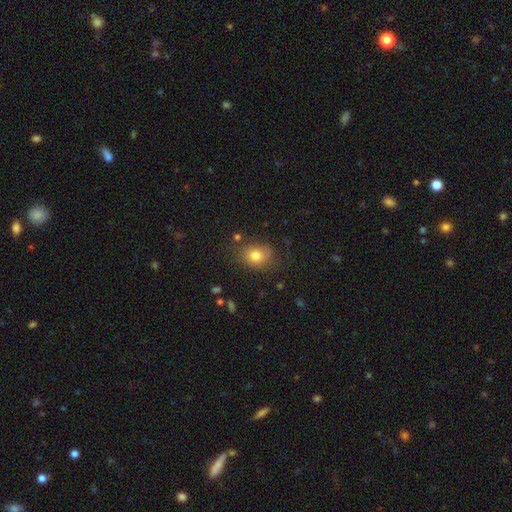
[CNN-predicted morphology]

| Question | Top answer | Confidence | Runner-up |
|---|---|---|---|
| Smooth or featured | smooth | 79% | star or artifact (11%) |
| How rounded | in between | 50% | round (49%) |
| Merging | none | 73% | minor disturbance (19%) |